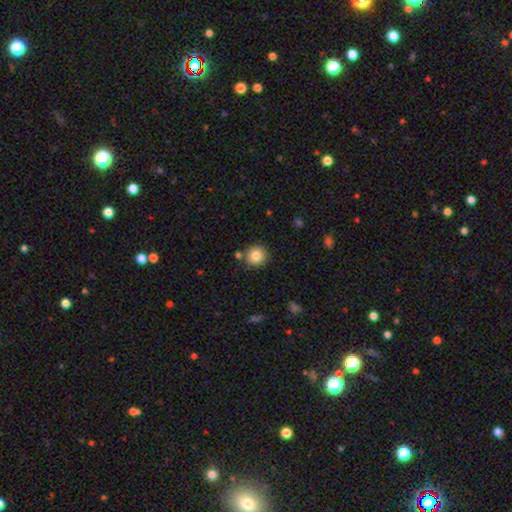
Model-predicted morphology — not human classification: A smooth galaxy with no disk features (82%) that is round (90%).

Vote fractions:
- Smooth or featured? smooth: 82% / star or artifact: 10% / featured or disk: 8%
- How rounded? round: 90% / in between: 9% / cigar-shaped: 1%
- Merging? none: 83% / minor disturbance: 9% / merger: 6% / major disturbance: 2%